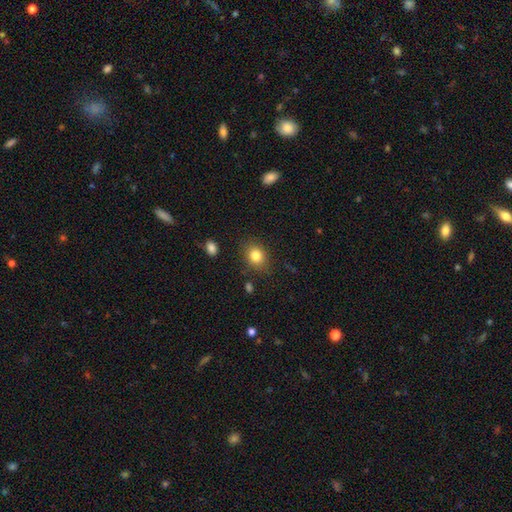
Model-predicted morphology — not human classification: Smooth or featured? Predicted: smooth (p=0.82). How rounded? Predicted: round (p=0.55). Merging? Predicted: none (p=0.83).